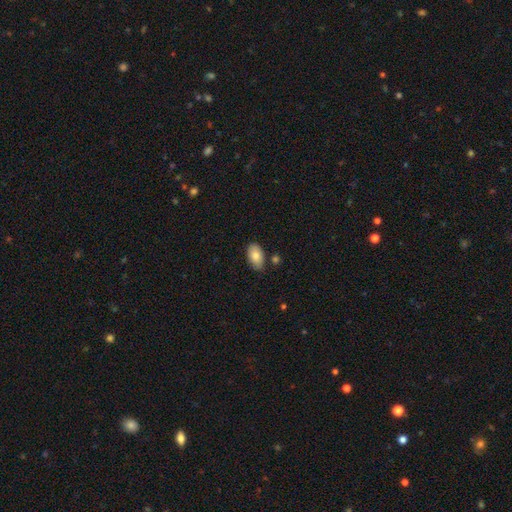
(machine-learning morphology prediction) Overall: smooth (84%). How rounded: in between (94%). Merging: none (78%).